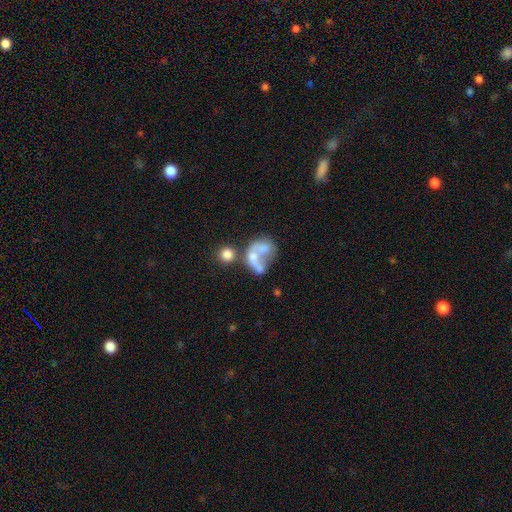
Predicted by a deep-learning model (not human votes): This is marginally a smooth galaxy (44%, tied with featured or disk). Merging: possibly merger (48%).